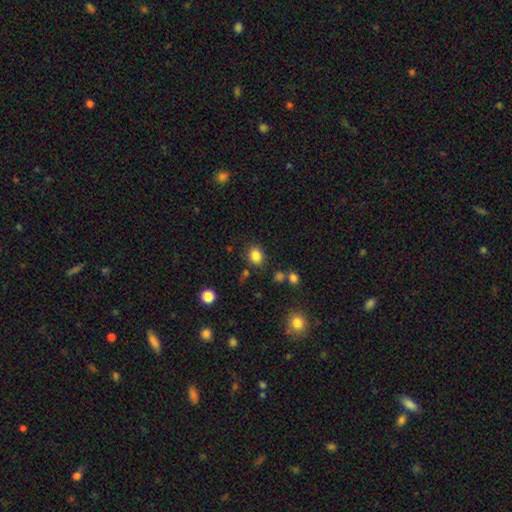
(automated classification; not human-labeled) This is clearly a smooth galaxy (84%). How rounded: possibly in between (50%). Merging: likely none (80%).